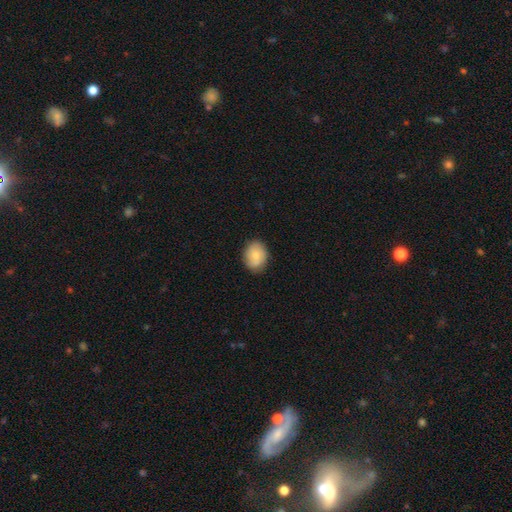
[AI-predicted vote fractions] A smooth galaxy with no disk features (76%) that is in between round and cigar-shaped (54%). Merging: none (81%).